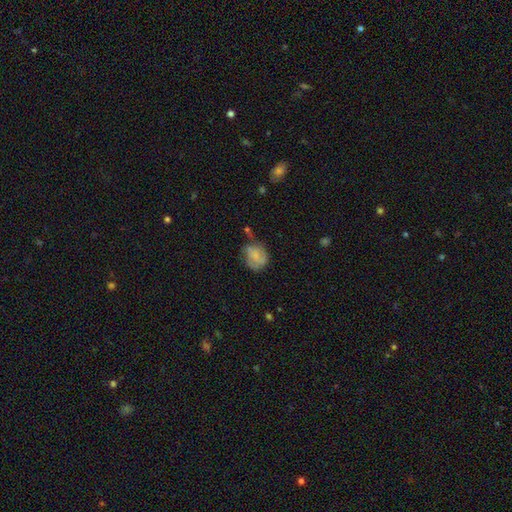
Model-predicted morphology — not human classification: Smooth or featured?
  - smooth: 55% *
  - featured or disk: 35%
  - star or artifact: 9%
How rounded?
  - round: 61% *
  - in between: 37%
  - cigar-shaped: 1%
Merging?
  - none: 43% *
  - minor disturbance: 32%
  - major disturbance: 19%
  - merger: 7%